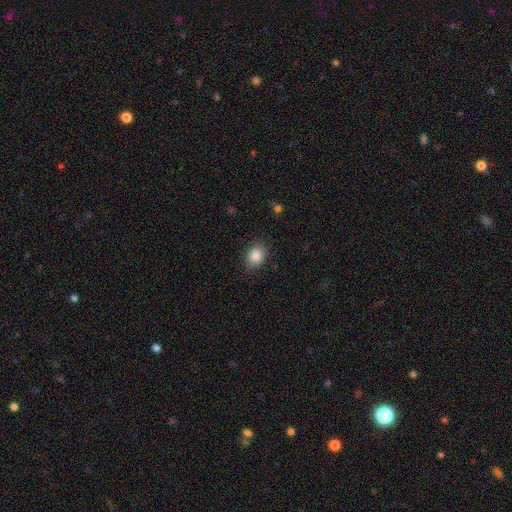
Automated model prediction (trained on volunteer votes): This is clearly a smooth galaxy (86%). How rounded: possibly round (52%). Merging: clearly none (87%).